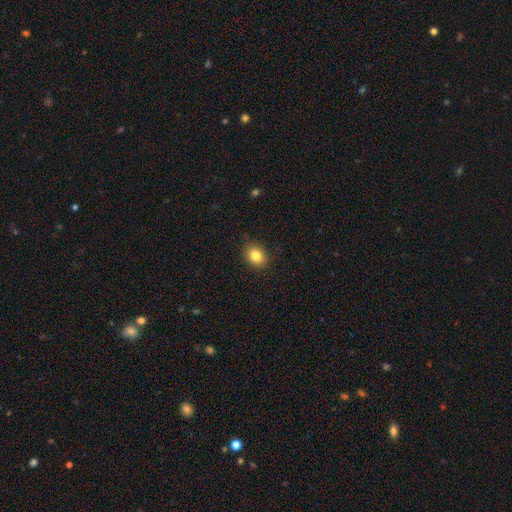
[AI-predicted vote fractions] This appears to be a smooth galaxy with no disk features (83%) that is in between round and cigar-shaped (55%). Merging: none (88%).